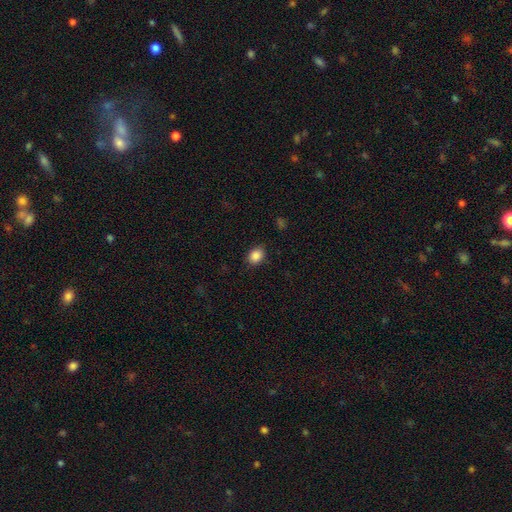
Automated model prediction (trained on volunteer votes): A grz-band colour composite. It shows a smooth galaxy with no disk features (87%) that is in between round and cigar-shaped (56%). Merging: none (86%).